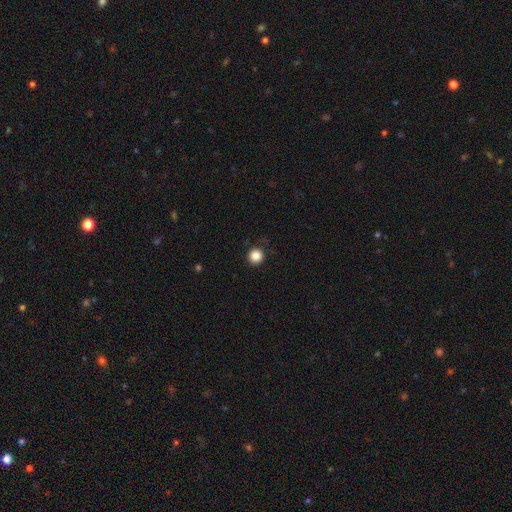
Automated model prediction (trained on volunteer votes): A smooth galaxy with no disk features (86%) that is round (95%). Merging: none (88%).